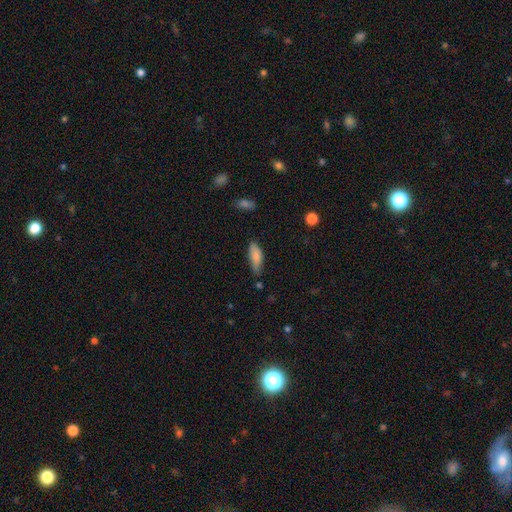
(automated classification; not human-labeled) This appears to be a smooth galaxy with no disk features (83%) that is in between round and cigar-shaped (67%). Merging: none (61%).